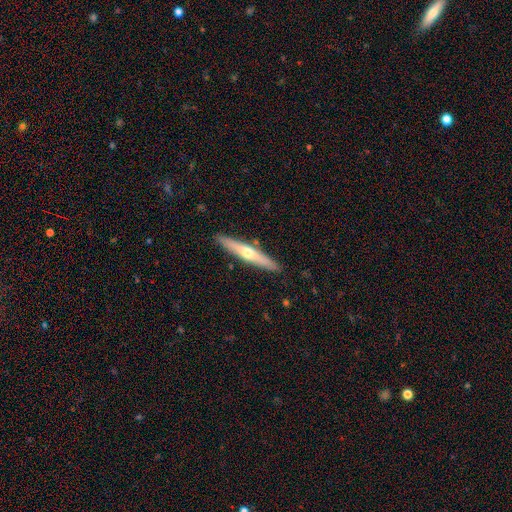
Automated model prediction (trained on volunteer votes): featured or disk 66%, smooth 27%, star or artifact 7%. Down the decision tree: edge-on disk — yes (96%); edge-on bulge — rounded (88%); merging — none (90%).